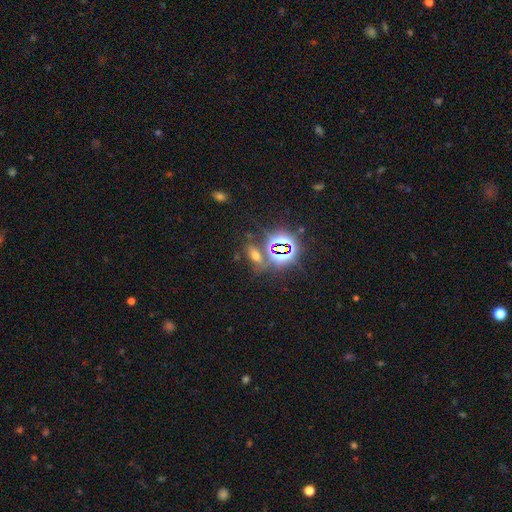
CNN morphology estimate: star or artifact 46%, smooth 43%, featured or disk 12%.